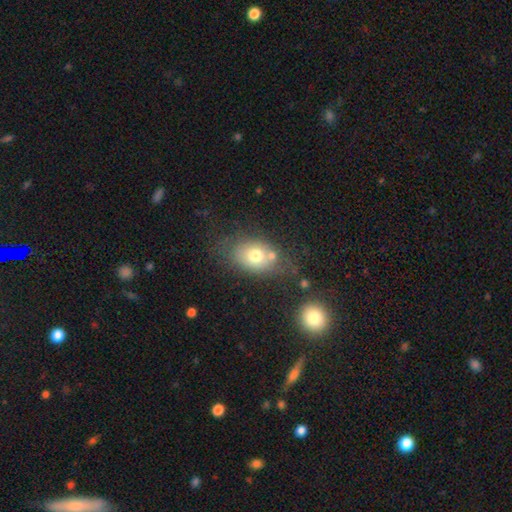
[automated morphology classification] The model was most divided on "how rounded": in between: 66%, round: 33%, cigar-shaped: 1%. More confident: smooth or featured — smooth (70%); merging — none (54%).